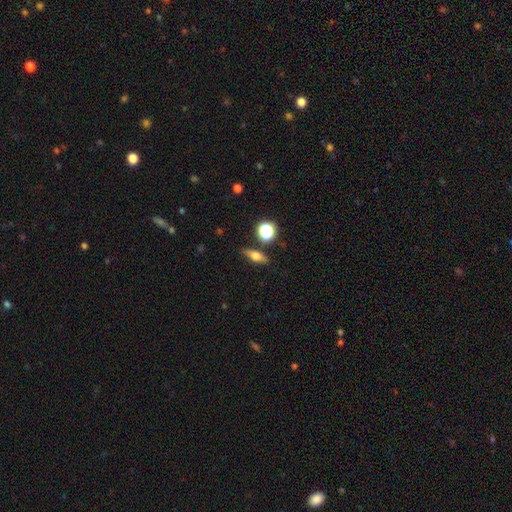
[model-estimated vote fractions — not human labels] Smooth or featured? smooth (54%)
How rounded? in between (51%)
Merging? none (82%)